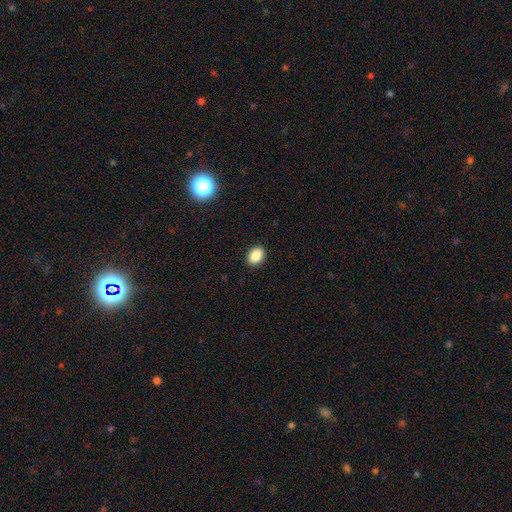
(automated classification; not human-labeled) Smooth or featured?
  - smooth: 88% *
  - star or artifact: 9%
  - featured or disk: 3%
How rounded?
  - in between: 65% *
  - round: 34%
  - cigar-shaped: 1%
Merging?
  - none: 90% *
  - minor disturbance: 7%
  - major disturbance: 2%
  - merger: 1%